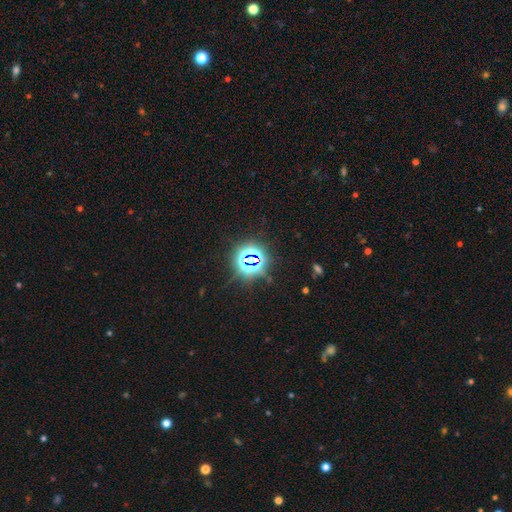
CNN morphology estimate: Smooth or featured?
  - star or artifact: 79% *
  - smooth: 13%
  - featured or disk: 8%